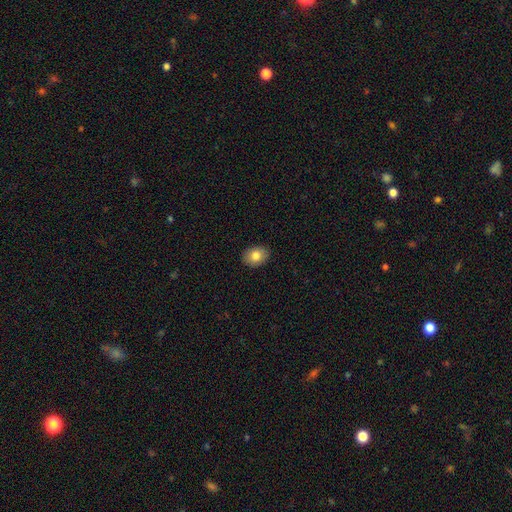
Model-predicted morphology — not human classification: smooth 82%, featured or disk 10%, star or artifact 8%. Down the decision tree: how rounded — in between (65%); merging — none (89%).